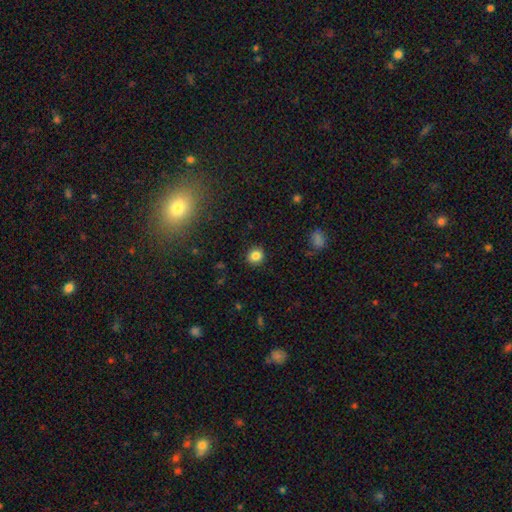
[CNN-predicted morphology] Smooth or featured? smooth (84%)
How rounded? round (81%)
Merging? none (90%)